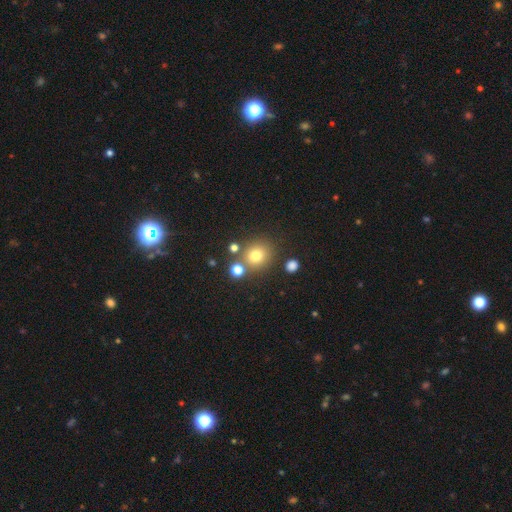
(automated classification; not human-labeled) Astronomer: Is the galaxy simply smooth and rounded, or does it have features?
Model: smooth — 74%.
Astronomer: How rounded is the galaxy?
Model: round — 86%.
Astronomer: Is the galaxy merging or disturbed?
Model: none — 74%.